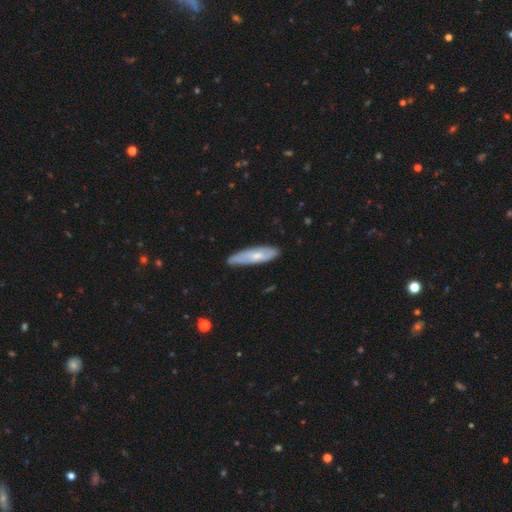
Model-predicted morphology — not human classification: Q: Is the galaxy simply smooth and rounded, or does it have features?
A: smooth — 58%.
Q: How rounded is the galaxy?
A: cigar-shaped — 66%.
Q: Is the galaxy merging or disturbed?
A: none — 74%.